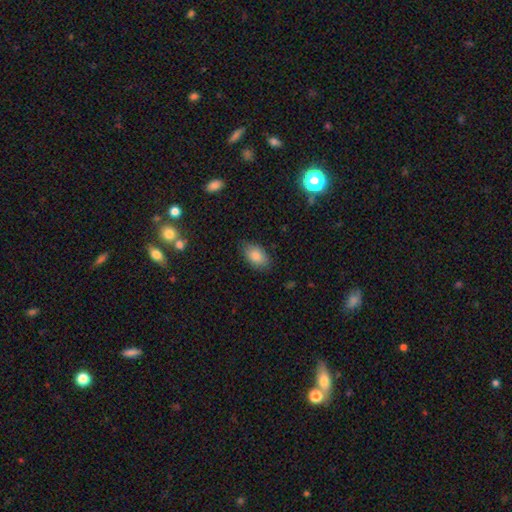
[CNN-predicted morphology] A smooth galaxy with no disk features (84%) that is in between round and cigar-shaped (91%).

Vote fractions:
- Smooth or featured? smooth: 84% / star or artifact: 9% / featured or disk: 8%
- How rounded? in between: 91% / round: 8% / cigar-shaped: 2%
- Merging? none: 82% / minor disturbance: 13% / major disturbance: 3% / merger: 1%